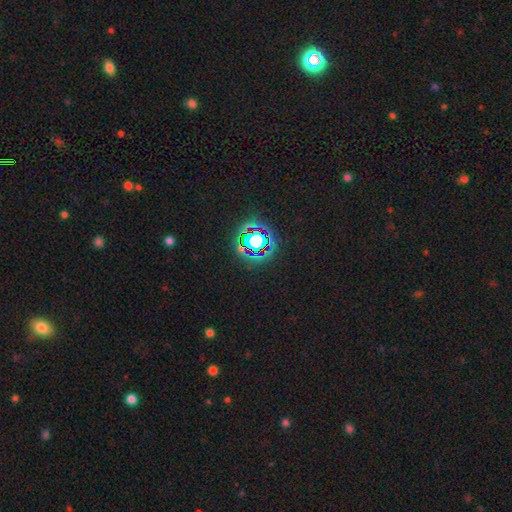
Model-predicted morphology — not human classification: smooth-or-featured: star or artifact: 81% | smooth: 12% | featured or disk: 7%